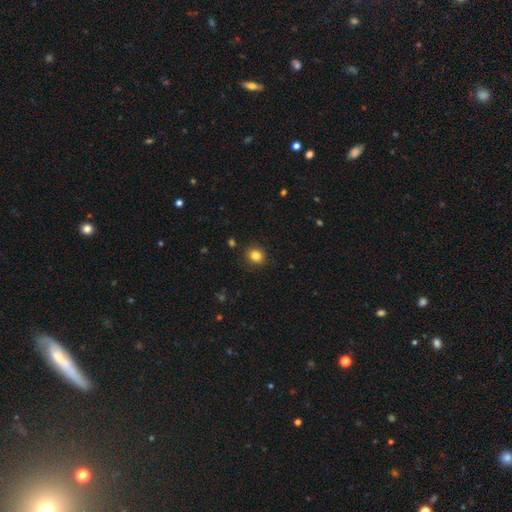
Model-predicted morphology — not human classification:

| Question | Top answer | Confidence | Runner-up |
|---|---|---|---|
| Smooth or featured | smooth | 84% | star or artifact (11%) |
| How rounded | round | 80% | in between (19%) |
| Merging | none | 89% | minor disturbance (8%) |